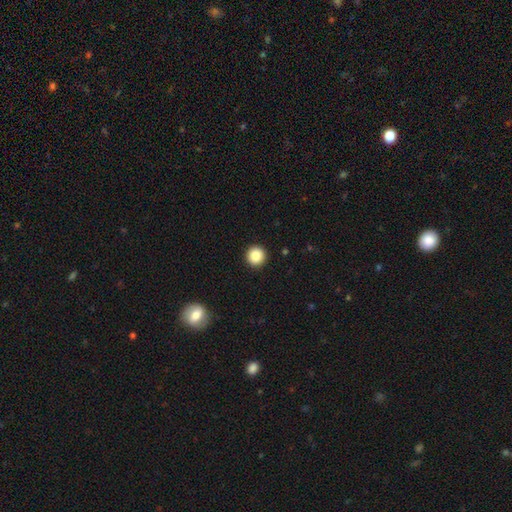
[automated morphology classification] A smooth galaxy with no disk features (87%) that is round (96%). Merging: none (93%).